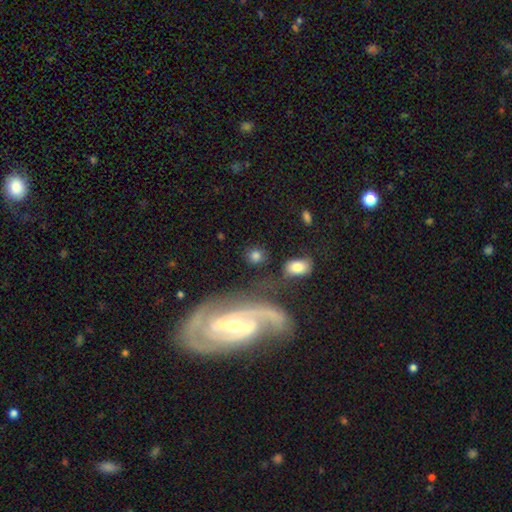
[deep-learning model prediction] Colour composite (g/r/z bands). It shows a smooth galaxy with no disk features (72%) that is round (72%). Merging: none (69%).